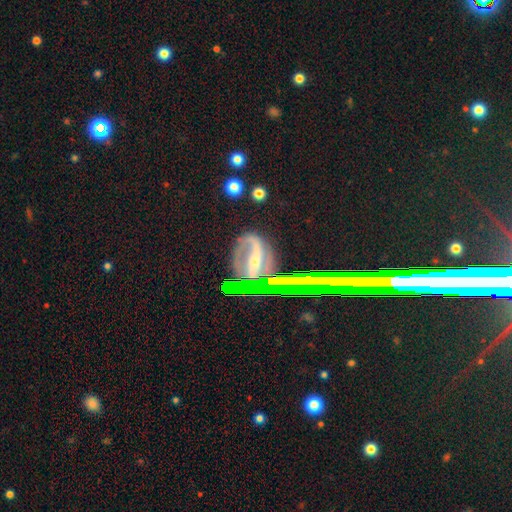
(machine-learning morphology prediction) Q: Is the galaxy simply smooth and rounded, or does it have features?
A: featured or disk — 61%.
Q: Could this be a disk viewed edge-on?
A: no — 81%.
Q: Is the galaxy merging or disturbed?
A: none — 56%.